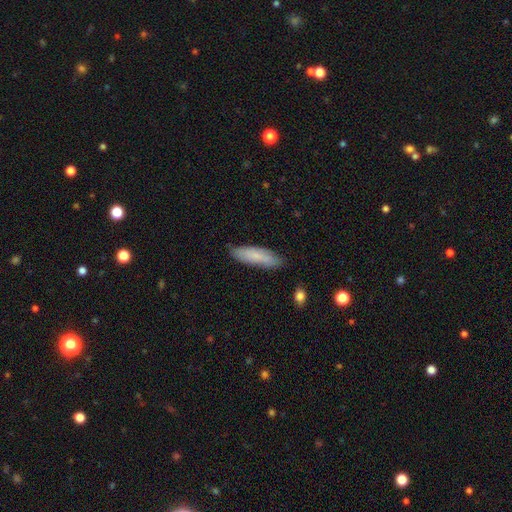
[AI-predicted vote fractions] Morphology: type=smooth (76%); roundness=cigar-shaped (61%); merging=none (80%).